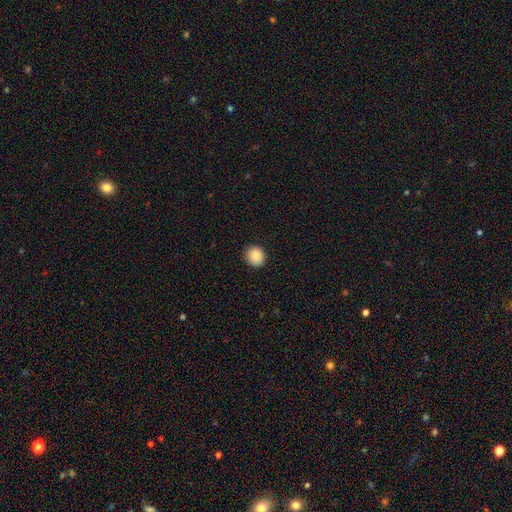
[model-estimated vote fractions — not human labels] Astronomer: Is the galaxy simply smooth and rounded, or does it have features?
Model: smooth — 87%.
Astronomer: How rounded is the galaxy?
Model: round — 80%.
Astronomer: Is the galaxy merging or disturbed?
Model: none — 90%.